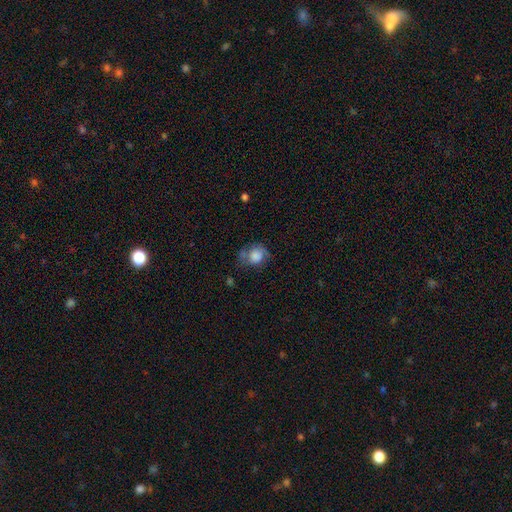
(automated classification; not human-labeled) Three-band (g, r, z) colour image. It shows a smooth galaxy with no disk features (74%) that is round (69%). Merging: none (43%).